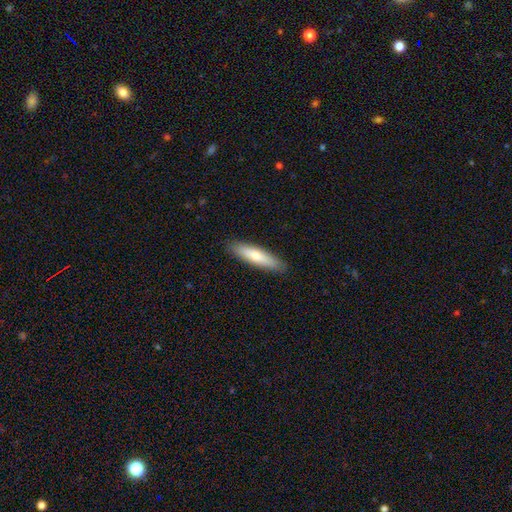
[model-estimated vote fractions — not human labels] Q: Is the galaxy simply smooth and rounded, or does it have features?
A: smooth — 72%.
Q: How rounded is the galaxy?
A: cigar-shaped — 78%.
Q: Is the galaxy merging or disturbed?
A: none — 90%.